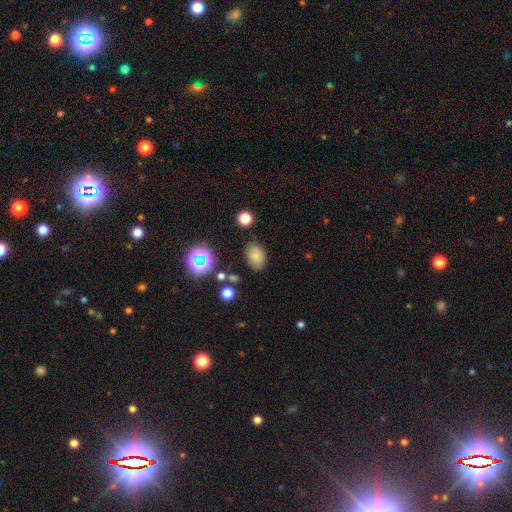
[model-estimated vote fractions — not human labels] This is likely a smooth galaxy (78%). How rounded: clearly in between (85%). Merging: likely none (79%).